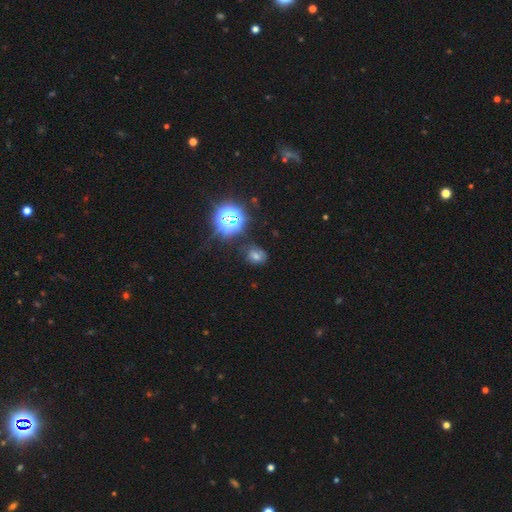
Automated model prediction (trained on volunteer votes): The model was most divided on "smooth or featured": star or artifact: 44%, smooth: 42%, featured or disk: 14%.